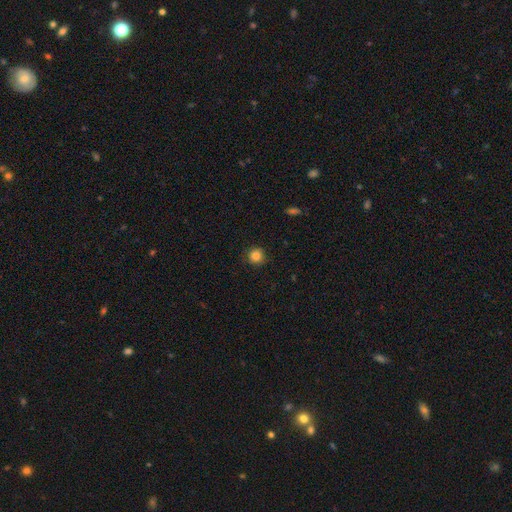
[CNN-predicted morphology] Q: Smooth or featured?
A: smooth (84%); runner-up: star or artifact (11%)
Q: How rounded?
A: round (93%); runner-up: in between (6%)
Q: Merging?
A: none (86%); runner-up: minor disturbance (11%)